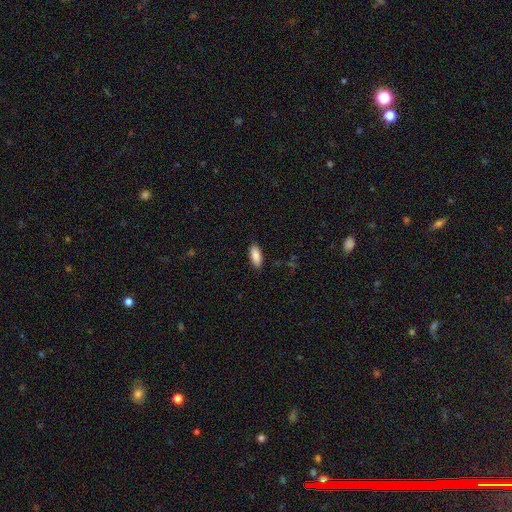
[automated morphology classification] This is clearly a smooth galaxy (88%). How rounded: clearly in between (85%). Merging: clearly none (88%).